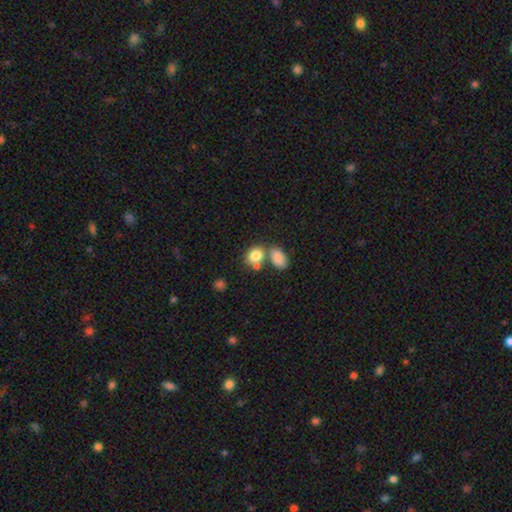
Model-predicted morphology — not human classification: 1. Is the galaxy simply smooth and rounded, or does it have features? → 82% smooth, 9% star or artifact, 9% featured or disk.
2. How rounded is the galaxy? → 64% in between, 35% round, 1% cigar-shaped.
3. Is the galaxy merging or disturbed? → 44% none, 39% merger, 11% minor disturbance, 5% major disturbance.